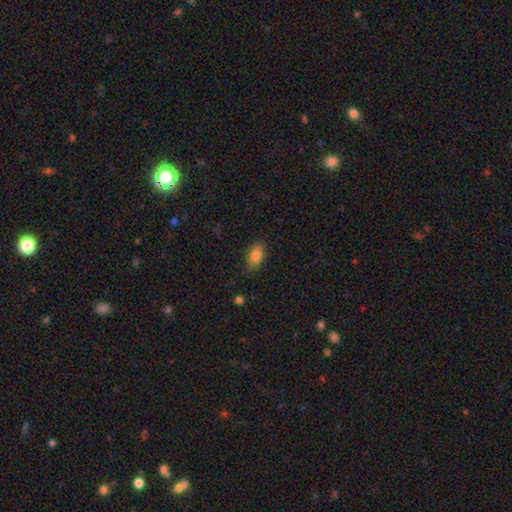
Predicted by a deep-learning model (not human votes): This appears to be a smooth galaxy with no disk features (85%) that is in between round and cigar-shaped (91%). Merging: none (85%).